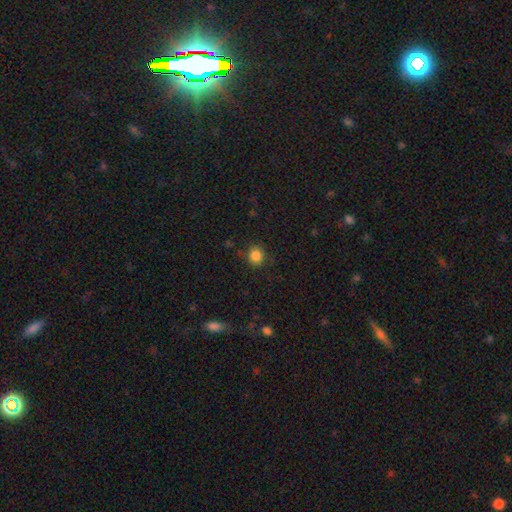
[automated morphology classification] This is clearly a smooth galaxy (85%). How rounded: clearly round (86%). Merging: clearly none (87%).